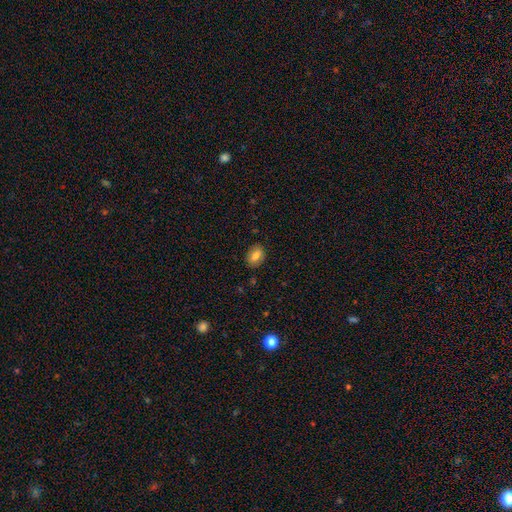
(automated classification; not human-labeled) smooth_or_featured: smooth (p=0.74) [alt: featured or disk p=0.17]
how_rounded: in between (p=0.76) [alt: round p=0.22]
merging: none (p=0.82) [alt: minor disturbance p=0.14]